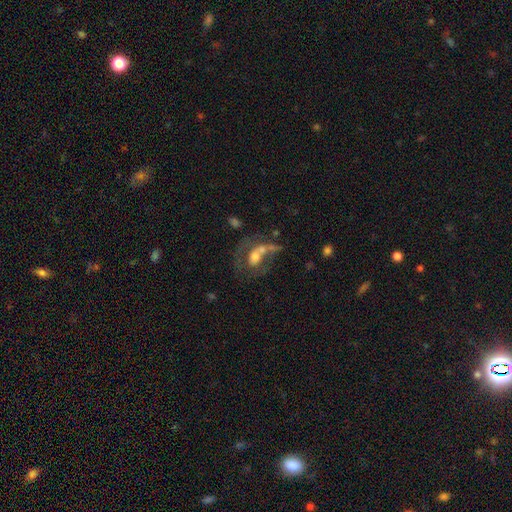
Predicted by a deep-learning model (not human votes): A featured or disk galaxy (53%) with no bar (74%), no spiral arms (62%) and a moderate central bulge (52%). Merging: merger (40%).